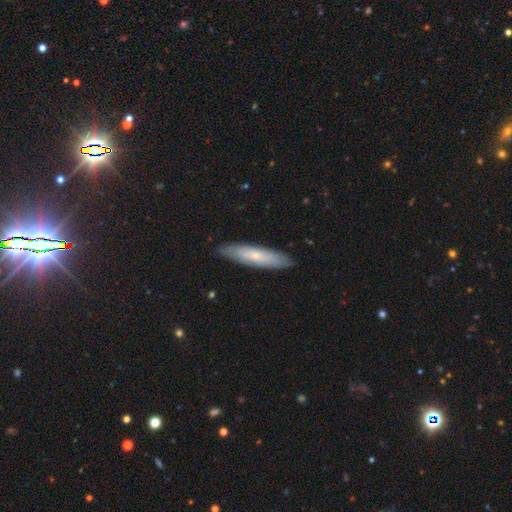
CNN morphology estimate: A smooth galaxy with no disk features (61%) that is cigar-shaped (81%). Merging: none (88%).